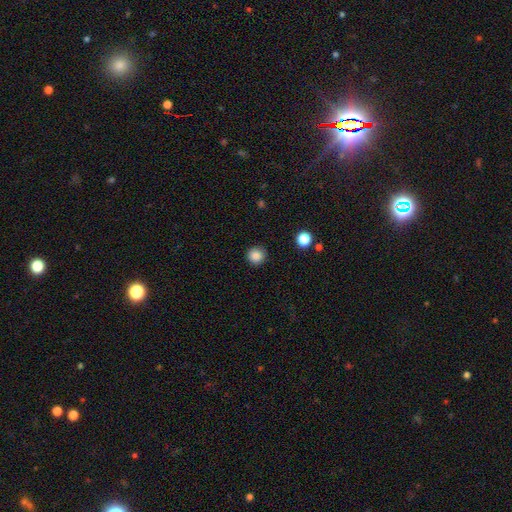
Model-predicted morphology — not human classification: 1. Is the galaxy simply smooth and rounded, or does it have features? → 87% smooth, 10% star or artifact, 3% featured or disk.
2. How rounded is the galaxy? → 94% round, 5% in between, 1% cigar-shaped.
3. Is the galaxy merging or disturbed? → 91% none, 6% minor disturbance, 2% major disturbance, 1% merger.